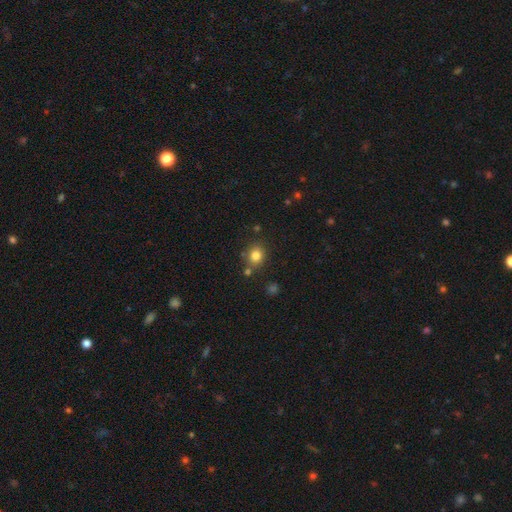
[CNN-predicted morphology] This is clearly a smooth galaxy (81%). How rounded: likely round (78%). Merging: likely none (78%).